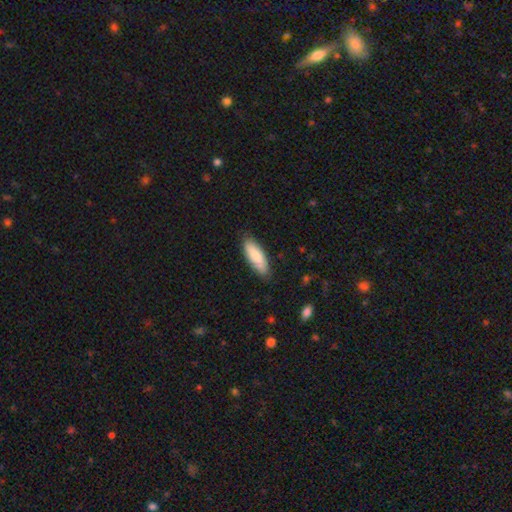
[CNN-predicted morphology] Smooth or featured: smooth — 81% (featured or disk — 13%)
How rounded: in between — 60% (cigar-shaped — 39%)
Merging: none — 84% (minor disturbance — 13%)